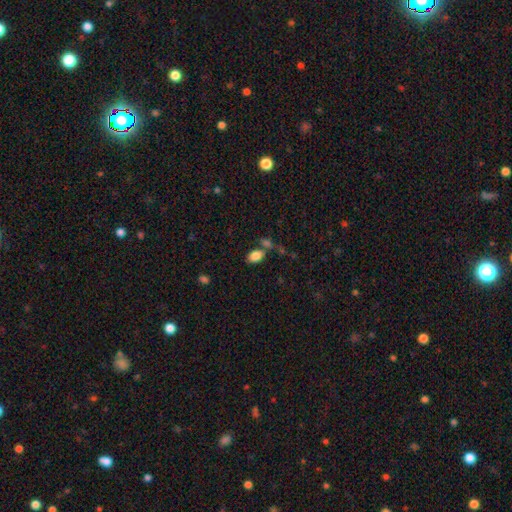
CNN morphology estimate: The model was most divided on "merging": none: 62%, merger: 21%, minor disturbance: 12%, major disturbance: 5%. More confident: how rounded — in between (87%); smooth or featured — smooth (85%).